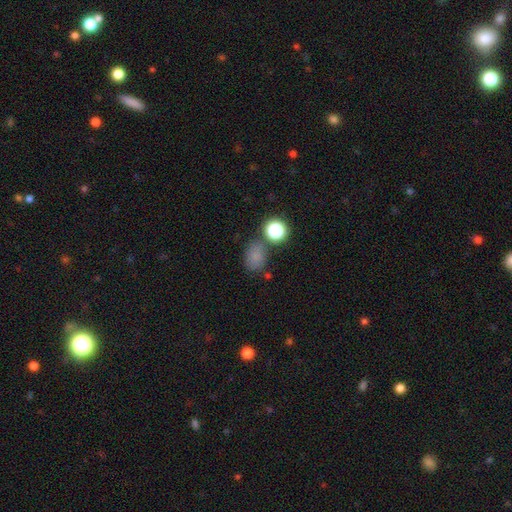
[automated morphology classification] Q: Smooth or featured?
A: smooth (74%); runner-up: star or artifact (19%)
Q: How rounded?
A: in between (56%); runner-up: round (43%)
Q: Merging?
A: none (63%); runner-up: minor disturbance (17%)